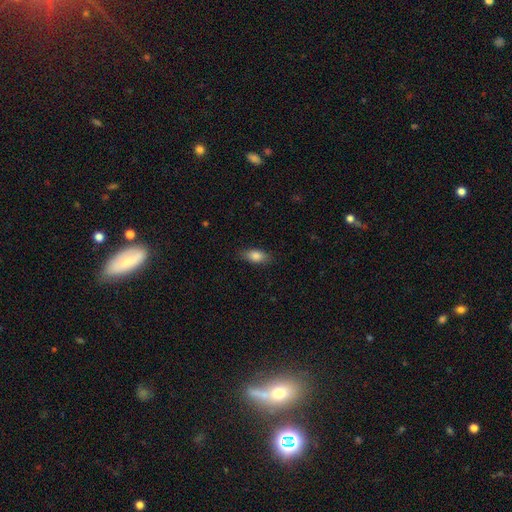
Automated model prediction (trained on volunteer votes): smooth_or_featured: smooth (p=0.84) [alt: featured or disk p=0.09]
how_rounded: in between (p=0.87) [alt: cigar-shaped p=0.09]
merging: none (p=0.85) [alt: minor disturbance p=0.12]